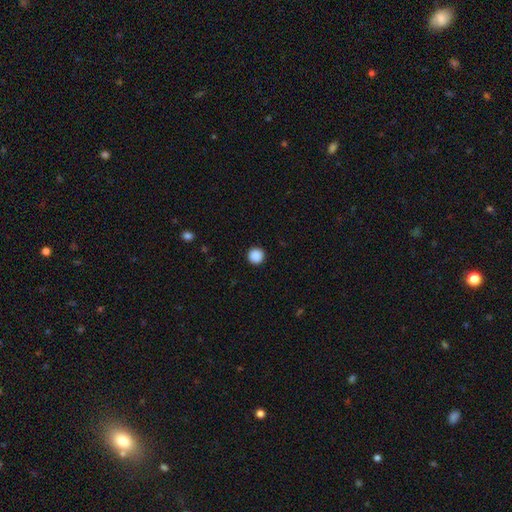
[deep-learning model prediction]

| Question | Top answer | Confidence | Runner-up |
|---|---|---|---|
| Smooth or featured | smooth | 89% | star or artifact (9%) |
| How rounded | round | 96% | in between (3%) |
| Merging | none | 93% | minor disturbance (4%) |